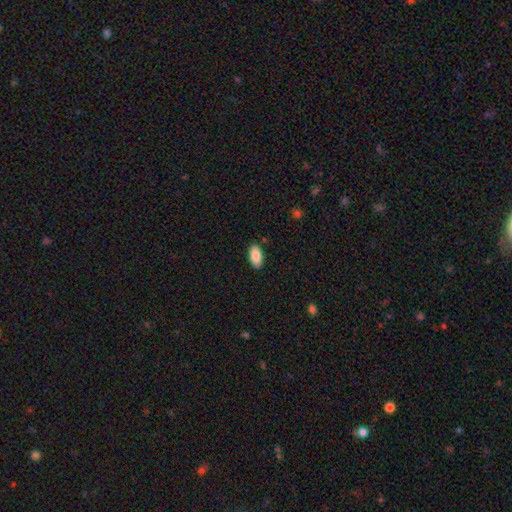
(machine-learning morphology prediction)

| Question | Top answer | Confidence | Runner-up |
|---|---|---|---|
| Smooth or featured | smooth | 88% | star or artifact (6%) |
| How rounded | in between | 92% | cigar-shaped (6%) |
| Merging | none | 88% | minor disturbance (9%) |